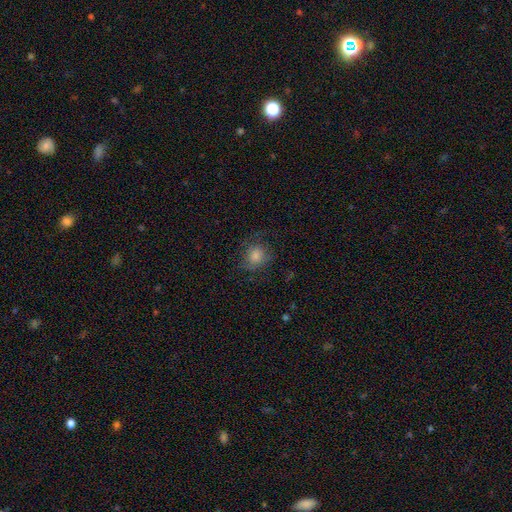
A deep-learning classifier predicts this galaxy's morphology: Smooth or featured? Predicted: smooth (p=0.74). How rounded? Predicted: round (p=0.82). Merging? Predicted: none (p=0.68).